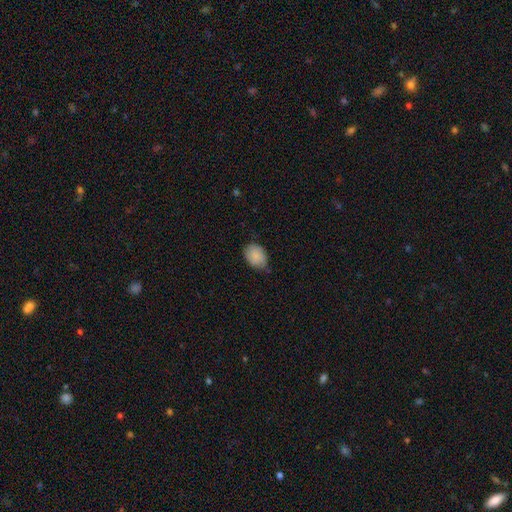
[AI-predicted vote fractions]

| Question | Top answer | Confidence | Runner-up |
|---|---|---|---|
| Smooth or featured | smooth | 87% | star or artifact (7%) |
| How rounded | in between | 69% | round (30%) |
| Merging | none | 65% | minor disturbance (30%) |